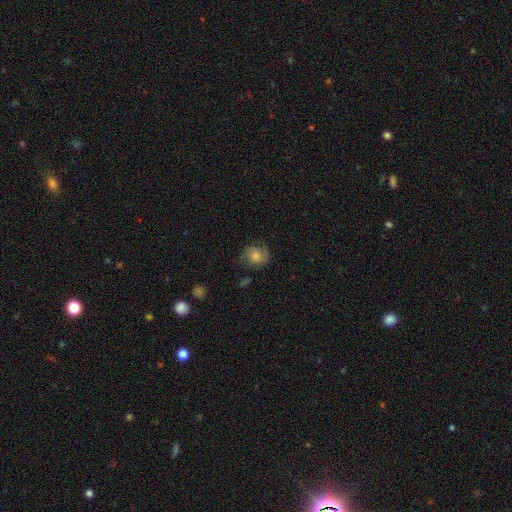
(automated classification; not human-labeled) smooth_or_featured: featured or disk (p=0.45) [alt: smooth p=0.42]
merging: none (p=0.71) [alt: minor disturbance p=0.19]